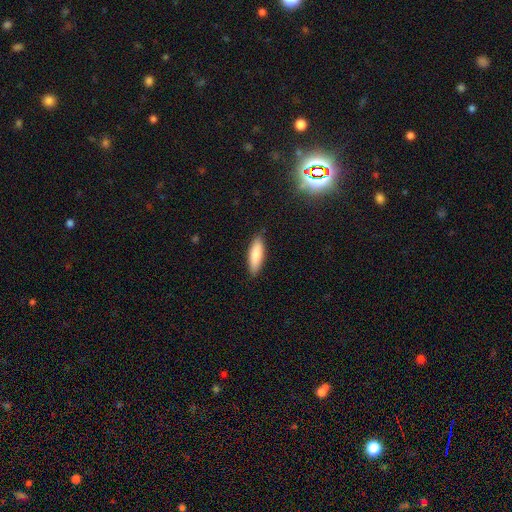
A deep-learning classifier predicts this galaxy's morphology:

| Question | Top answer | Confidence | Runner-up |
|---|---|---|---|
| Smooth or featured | smooth | 84% | featured or disk (10%) |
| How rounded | in between | 51% | cigar-shaped (47%) |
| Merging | none | 85% | minor disturbance (11%) |